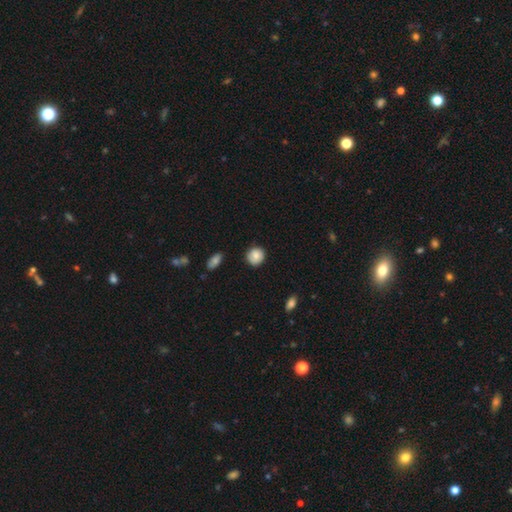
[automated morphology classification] This appears to be a smooth galaxy with no disk features (81%) that is round (87%). Merging: none (83%).